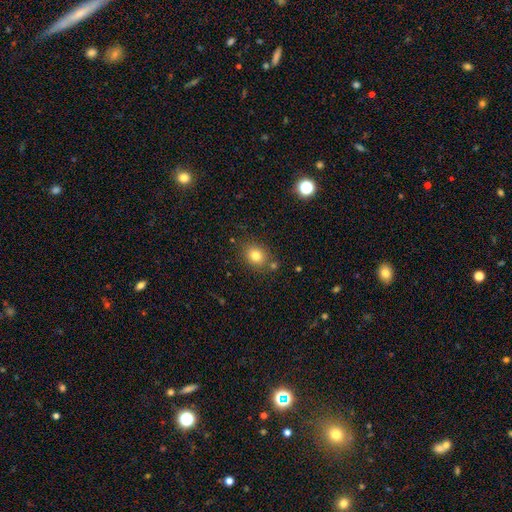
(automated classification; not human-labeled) A smooth galaxy with no disk features (79%) that is round (58%). Merging: none (79%).